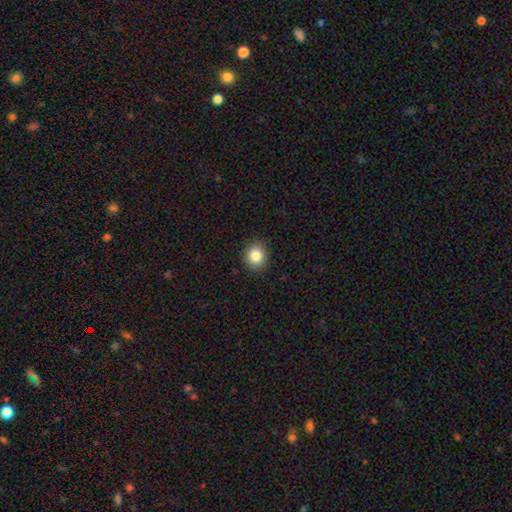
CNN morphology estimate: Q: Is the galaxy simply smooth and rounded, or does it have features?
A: smooth — 85%.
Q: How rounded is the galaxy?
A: round — 77%.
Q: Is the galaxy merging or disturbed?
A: none — 90%.